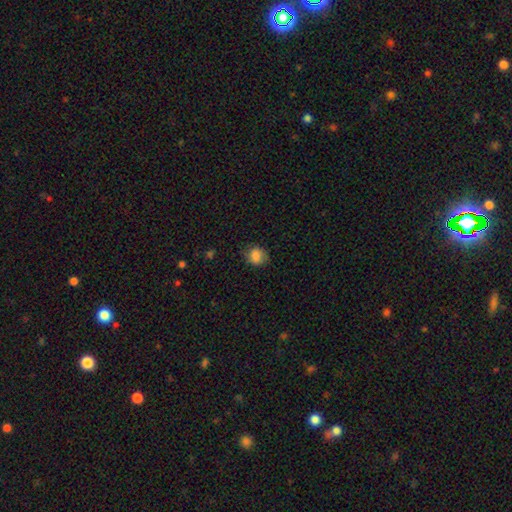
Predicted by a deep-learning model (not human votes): This appears to be a smooth galaxy with no disk features (84%) that is round (67%). Merging: none (76%).